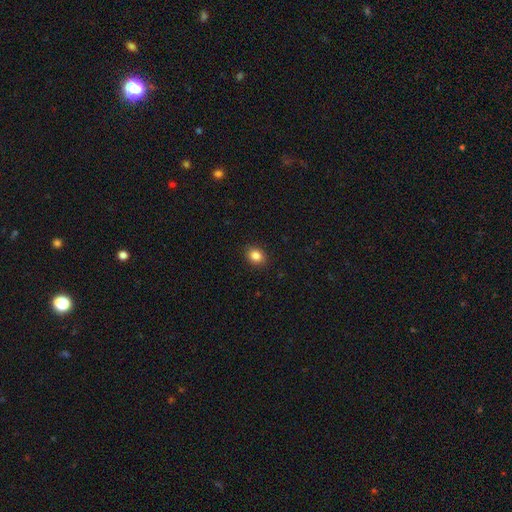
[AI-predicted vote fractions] A smooth galaxy with no disk features (85%) that is round (52%).

Vote fractions:
- Smooth or featured? smooth: 85% / star or artifact: 10% / featured or disk: 4%
- How rounded? round: 52% / in between: 47% / cigar-shaped: 1%
- Merging? none: 90% / minor disturbance: 7% / major disturbance: 2% / merger: 1%